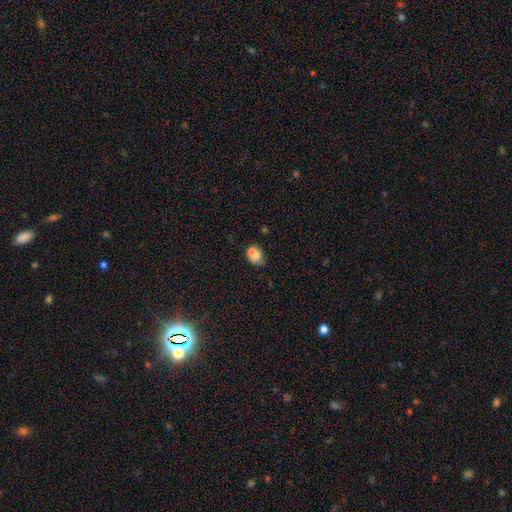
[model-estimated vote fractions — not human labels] Overall: smooth (70%). How rounded: in between (57%; round 42%). Merging: merger (45%; none 36%).